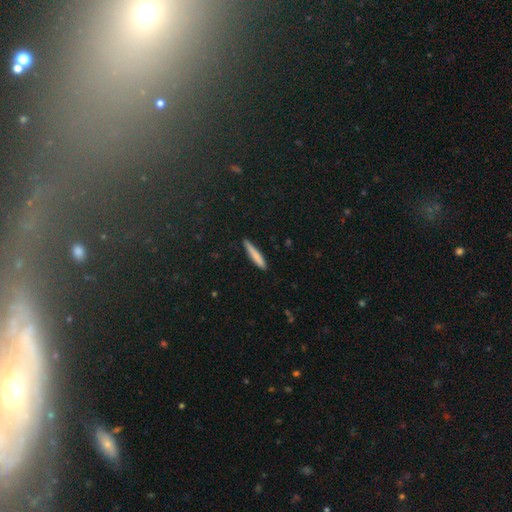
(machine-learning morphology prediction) Smooth or featured? smooth (79%)
How rounded? cigar-shaped (93%)
Merging? none (88%)